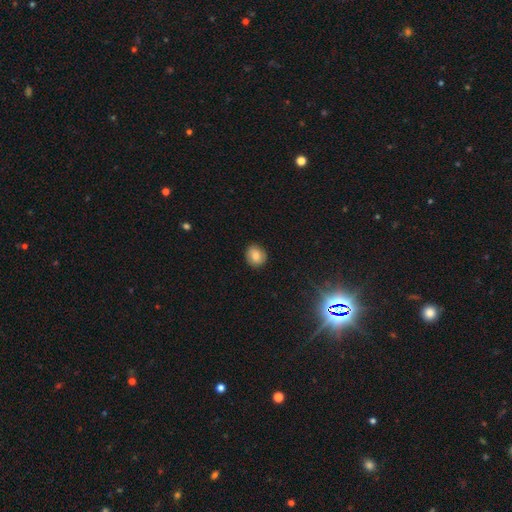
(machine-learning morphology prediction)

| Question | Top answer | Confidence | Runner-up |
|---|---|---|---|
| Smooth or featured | smooth | 81% | star or artifact (10%) |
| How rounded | round | 74% | in between (25%) |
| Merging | none | 88% | minor disturbance (9%) |